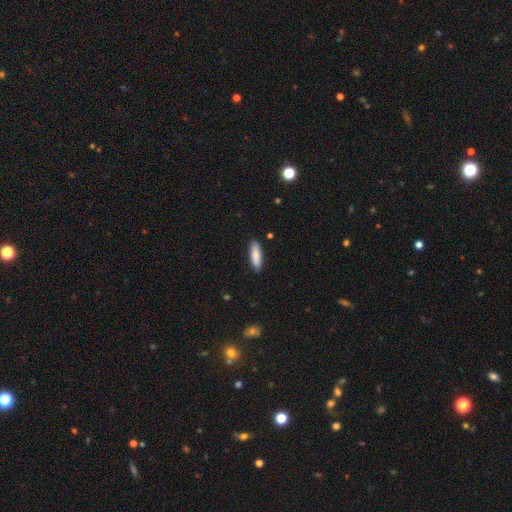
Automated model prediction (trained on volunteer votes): The model was most divided on "how rounded": cigar-shaped: 57%, in between: 42%, round: 1%. More confident: merging — none (87%); smooth or featured — smooth (86%).